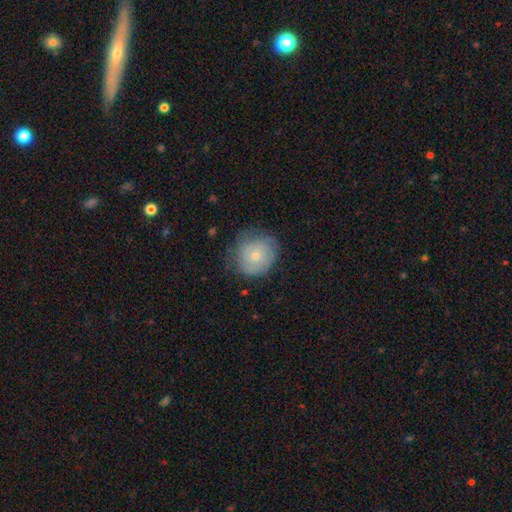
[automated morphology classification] Smooth or featured: smooth — 60% (featured or disk — 33%)
How rounded: round — 83% (in between — 16%)
Merging: none — 65% (minor disturbance — 25%)